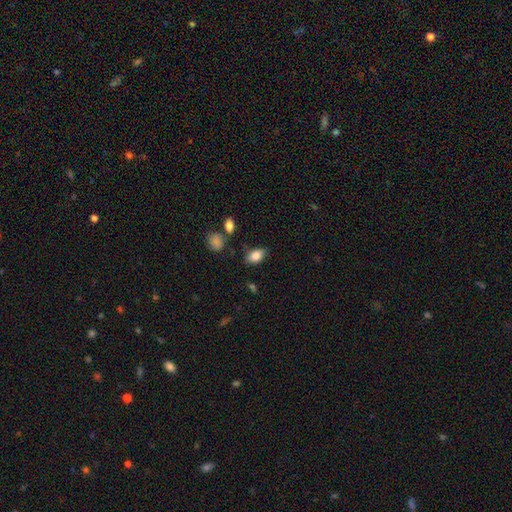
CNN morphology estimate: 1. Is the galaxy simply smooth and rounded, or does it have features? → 84% smooth, 8% star or artifact, 8% featured or disk.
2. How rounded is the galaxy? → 87% in between, 11% round, 2% cigar-shaped.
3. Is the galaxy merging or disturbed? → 77% none, 16% minor disturbance, 4% major disturbance, 3% merger.